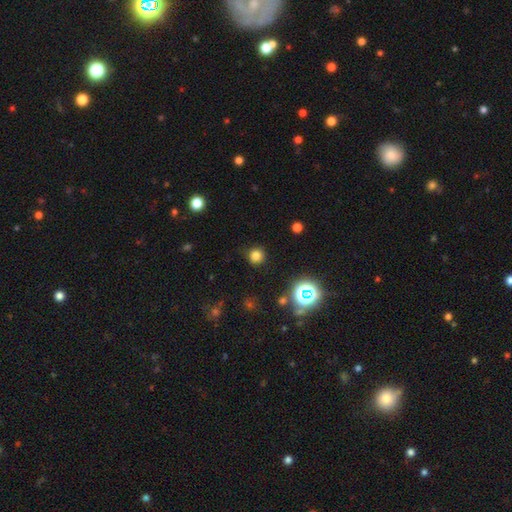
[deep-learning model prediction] Morphology: type=smooth (75%); roundness=round (93%); merging=none (88%).